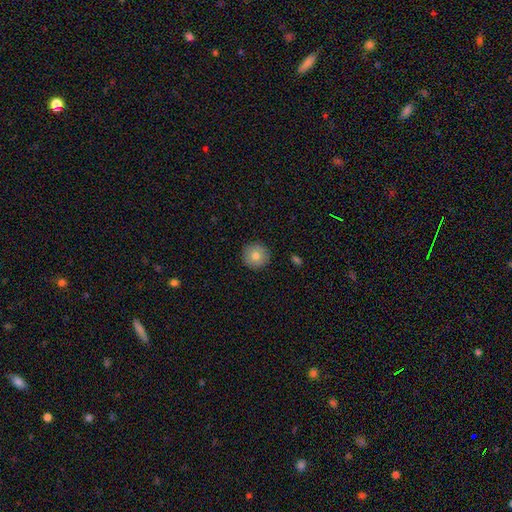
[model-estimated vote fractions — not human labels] This is likely a smooth galaxy (78%). How rounded: clearly round (95%). Merging: clearly none (91%).